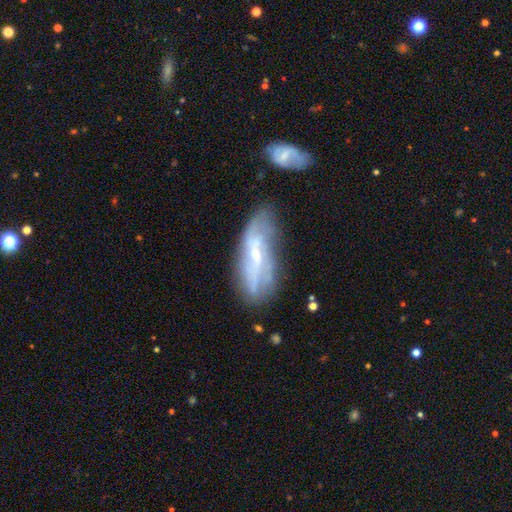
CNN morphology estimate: A featured or disk galaxy (65%) with no bar (50%), spiral arms (67%) and a small central bulge (61%).

Vote fractions:
- Smooth or featured? featured or disk: 65% / smooth: 27% / star or artifact: 8%
- Edge-on disk? no: 80% / yes: 20%
- Bar? no: 50% / weak: 38% / strong: 12%
- Spiral arms? yes: 67% / no: 33%
- Bulge size? small: 61% / moderate: 30% / none: 6% / large: 2% / dominant: 1%
- Merging? none: 58% / minor disturbance: 23% / major disturbance: 11% / merger: 8%